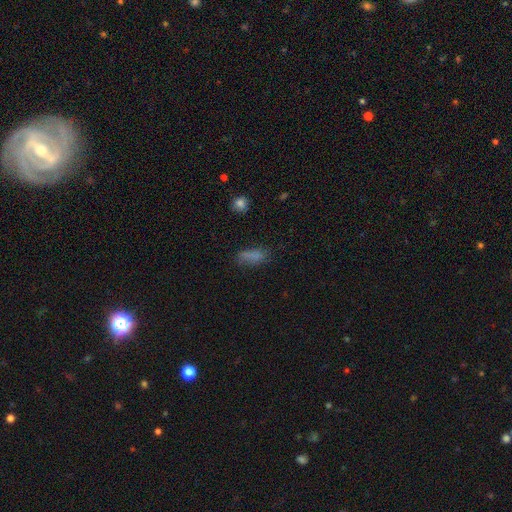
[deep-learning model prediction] A smooth galaxy with no disk features (74%) that is in between round and cigar-shaped (63%).

Vote fractions:
- Smooth or featured? smooth: 74% / star or artifact: 16% / featured or disk: 11%
- How rounded? in between: 63% / cigar-shaped: 32% / round: 4%
- Merging? none: 67% / minor disturbance: 22% / major disturbance: 8% / merger: 3%